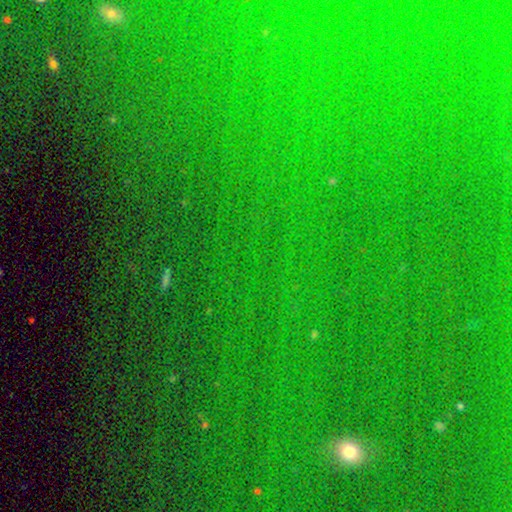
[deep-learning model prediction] A star or artifact, not a galaxy (81%).

Vote fractions:
- Smooth or featured? star or artifact: 81% / smooth: 11% / featured or disk: 8%